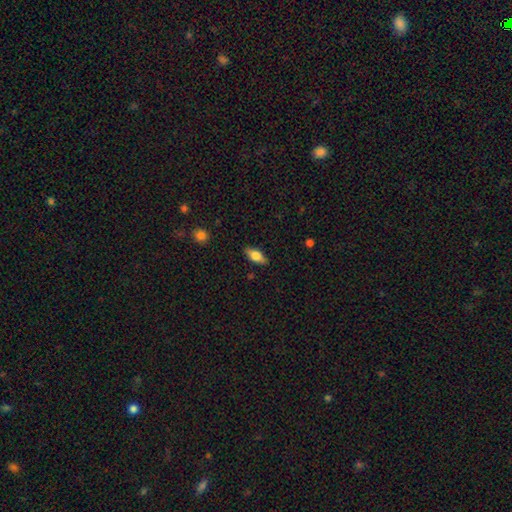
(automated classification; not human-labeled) A smooth galaxy with no disk features (68%) that is in between round and cigar-shaped (80%).

Vote fractions:
- Smooth or featured? smooth: 68% / featured or disk: 25% / star or artifact: 7%
- How rounded? in between: 80% / cigar-shaped: 17% / round: 4%
- Merging? none: 86% / minor disturbance: 10% / major disturbance: 2% / merger: 1%